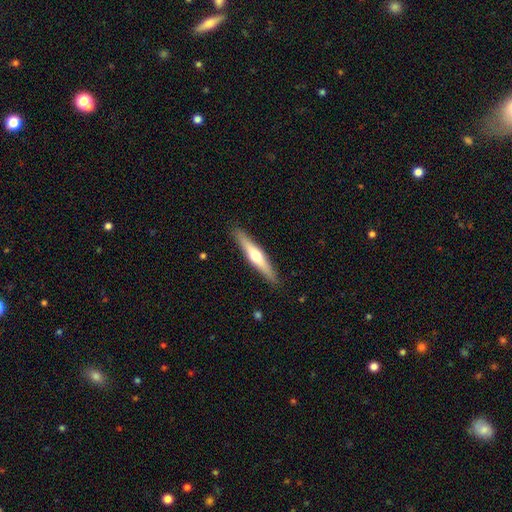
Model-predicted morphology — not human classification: This is possibly a featured or disk galaxy (55%). It is clearly viewed edge-on (96%). Edge-on bulge: clearly rounded (89%). Merging: clearly none (90%).